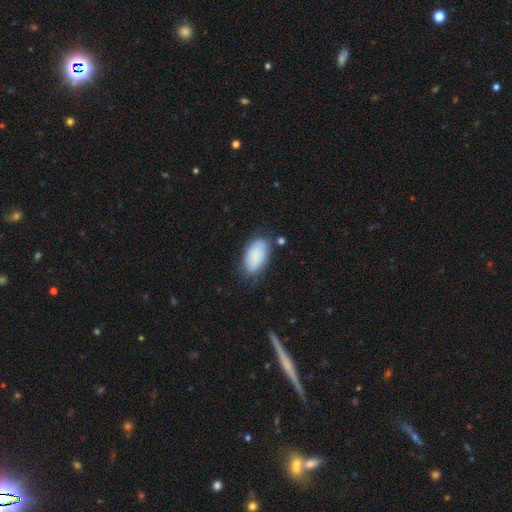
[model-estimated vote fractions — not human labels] This appears to be a smooth galaxy with no disk features (86%) that is in between round and cigar-shaped (94%). Merging: none (69%).